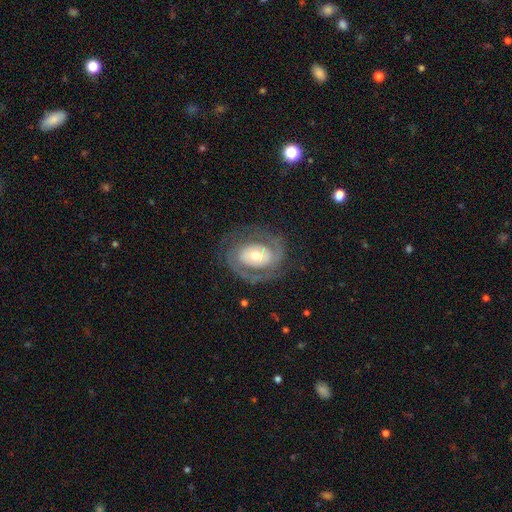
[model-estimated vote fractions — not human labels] The model was most divided on "spiral winding": tight: 55%, medium: 34%, loose: 11%. More confident: edge-on disk — no (97%); spiral arms — yes (88%); smooth or featured — featured or disk (81%); merging — none (74%); spiral arm count — 2 (72%); bar — no (60%); bulge size — moderate (57%).